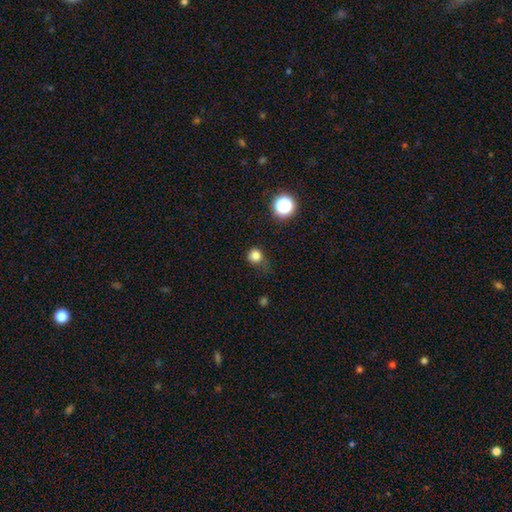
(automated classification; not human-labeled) Morphology: type=smooth (81%); roundness=round (87%); merging=none (56%).